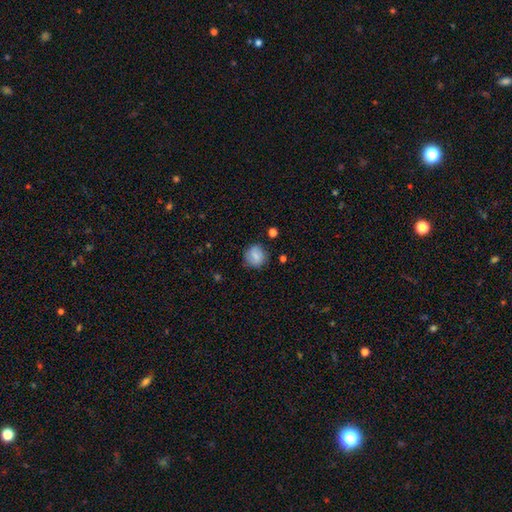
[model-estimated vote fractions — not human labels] Smooth or featured? Predicted: smooth (p=0.75). How rounded? Predicted: round (p=0.84). Merging? Predicted: none (p=0.78).